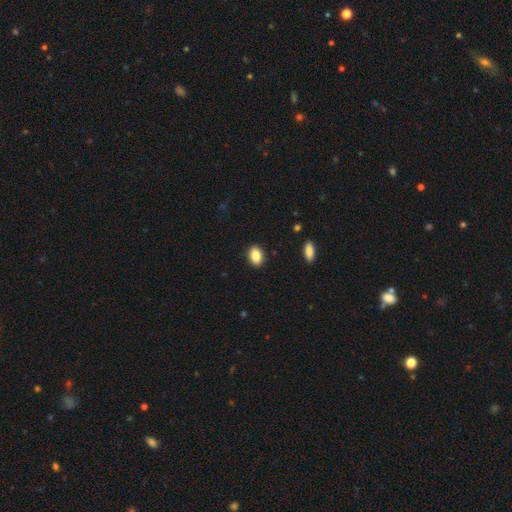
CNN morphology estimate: A smooth galaxy with no disk features (85%) that is in between round and cigar-shaped (82%).

Vote fractions:
- Smooth or featured? smooth: 85% / star or artifact: 8% / featured or disk: 7%
- How rounded? in between: 82% / round: 17% / cigar-shaped: 2%
- Merging? none: 90% / minor disturbance: 7% / major disturbance: 2% / merger: 1%